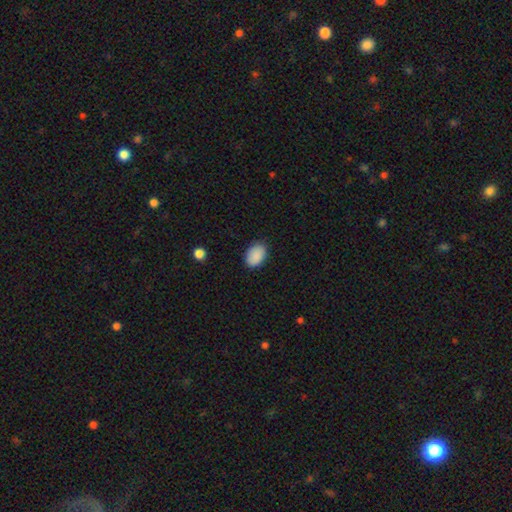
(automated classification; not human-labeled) Smooth or featured? smooth (90%)
How rounded? in between (85%)
Merging? none (85%)